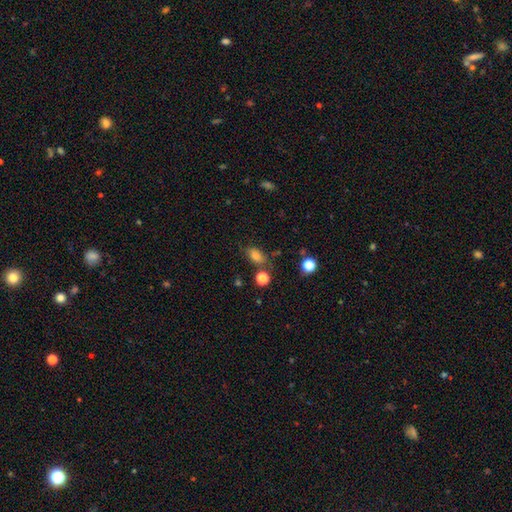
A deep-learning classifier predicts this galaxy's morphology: A smooth galaxy with no disk features (74%) that is in between round and cigar-shaped (80%). Merging: none (68%).